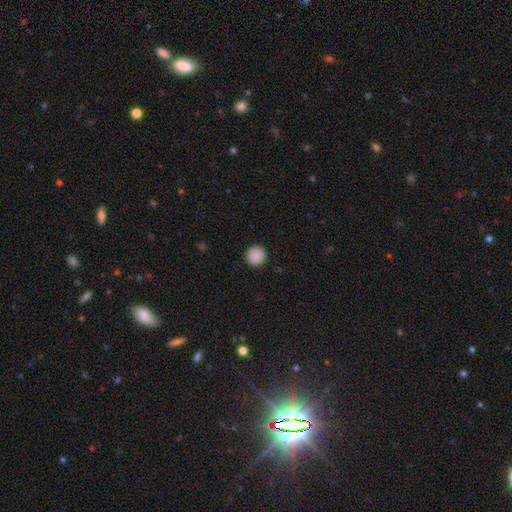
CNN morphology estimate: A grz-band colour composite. It shows a smooth galaxy with no disk features (89%) that is round (96%). Merging: none (93%).